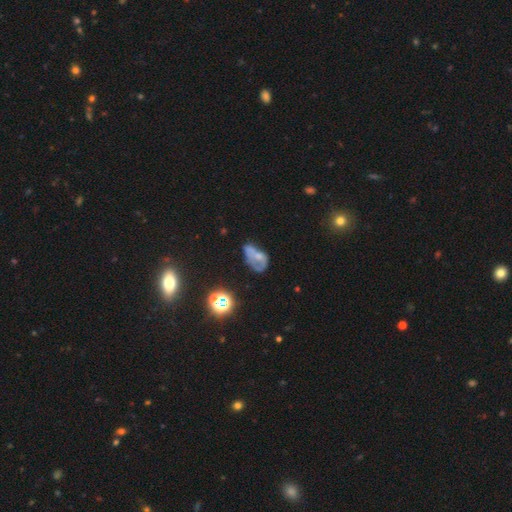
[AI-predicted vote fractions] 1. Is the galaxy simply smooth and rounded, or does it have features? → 44% featured or disk, 38% smooth, 18% star or artifact.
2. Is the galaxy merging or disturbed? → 33% major disturbance, 27% none, 24% minor disturbance, 16% merger.